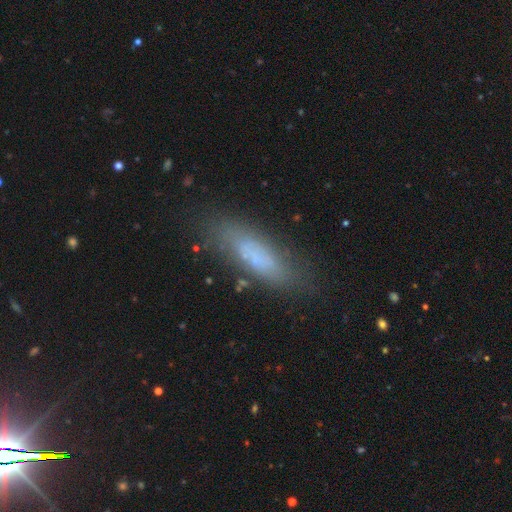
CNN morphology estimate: smooth-or-featured: smooth: 64% | featured or disk: 26% | star or artifact: 11%
  how-rounded: cigar-shaped: 57% | in between: 41% | round: 2%
  merging: none: 73% | minor disturbance: 17% | major disturbance: 6% | merger: 3%